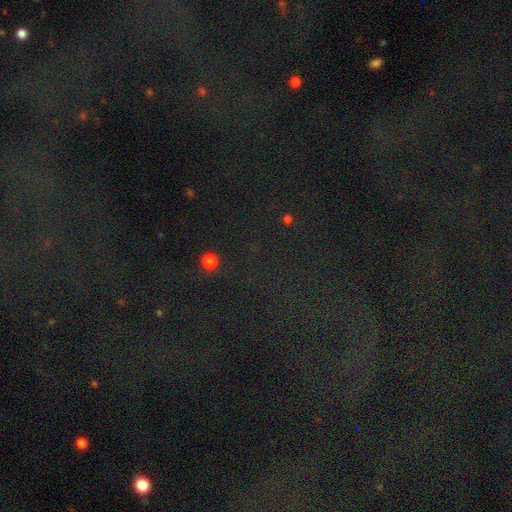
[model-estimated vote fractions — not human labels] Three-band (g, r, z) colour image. It shows a star or artifact, not a galaxy (78%).